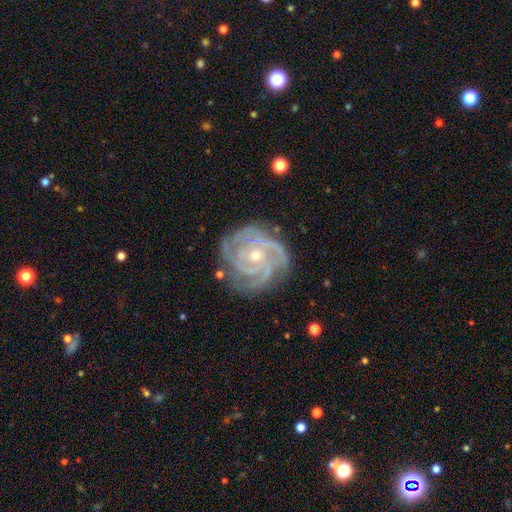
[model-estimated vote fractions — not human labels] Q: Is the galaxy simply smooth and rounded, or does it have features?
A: featured or disk — 92%.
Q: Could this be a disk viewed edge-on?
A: no — 98%.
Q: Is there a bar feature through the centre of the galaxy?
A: no — 74%.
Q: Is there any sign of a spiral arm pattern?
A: yes — 98%.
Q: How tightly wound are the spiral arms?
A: tight — 76%.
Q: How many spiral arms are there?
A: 3 — 40%.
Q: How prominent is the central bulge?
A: small — 66%.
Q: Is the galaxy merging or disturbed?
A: none — 76%.